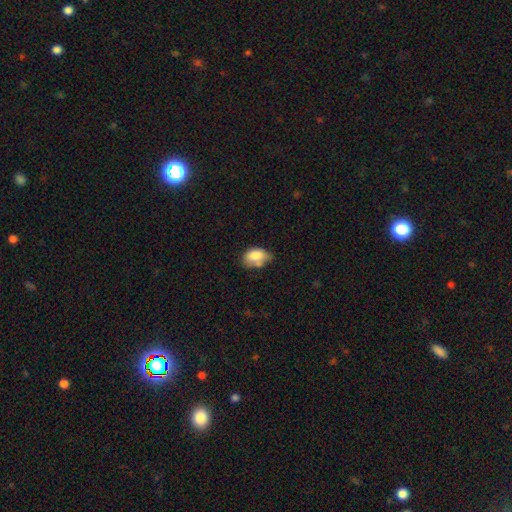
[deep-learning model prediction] smooth-or-featured: smooth: 78% | featured or disk: 13% | star or artifact: 8%
  how-rounded: in between: 85% | round: 14% | cigar-shaped: 1%
  merging: minor disturbance: 37% | none: 36% | merger: 15% | major disturbance: 12%